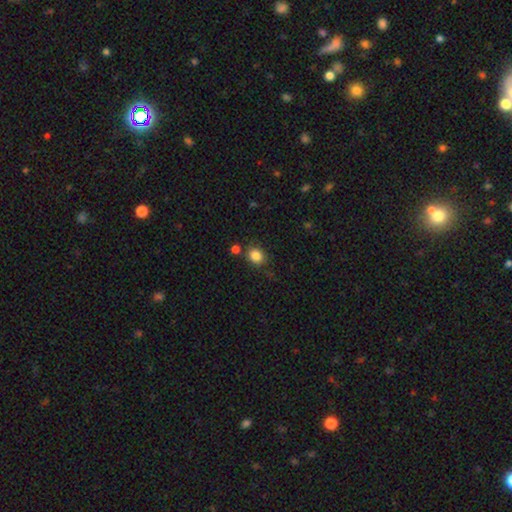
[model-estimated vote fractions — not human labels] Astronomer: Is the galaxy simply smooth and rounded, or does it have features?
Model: smooth — 84%.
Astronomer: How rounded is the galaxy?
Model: round — 70%.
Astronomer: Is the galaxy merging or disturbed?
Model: none — 79%.